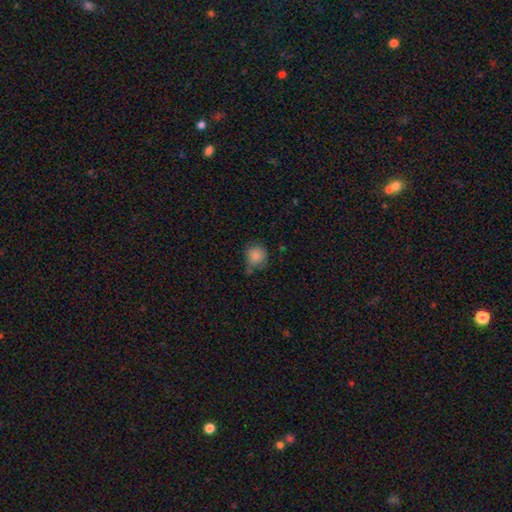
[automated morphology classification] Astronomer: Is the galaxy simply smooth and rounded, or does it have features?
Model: smooth — 85%.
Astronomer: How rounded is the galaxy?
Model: round — 86%.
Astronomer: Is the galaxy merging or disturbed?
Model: none — 59%.